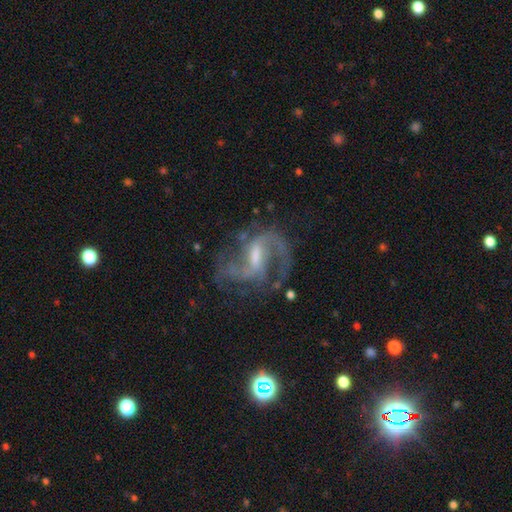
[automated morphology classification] Smooth or featured? featured or disk (90%)
Edge-on disk? no (98%)
Bar? weak (56%)
Spiral arms? yes (97%)
Spiral winding? medium (55%)
Spiral arm count? 2 (78%)
Bulge size? small (40%)
Merging? none (62%)